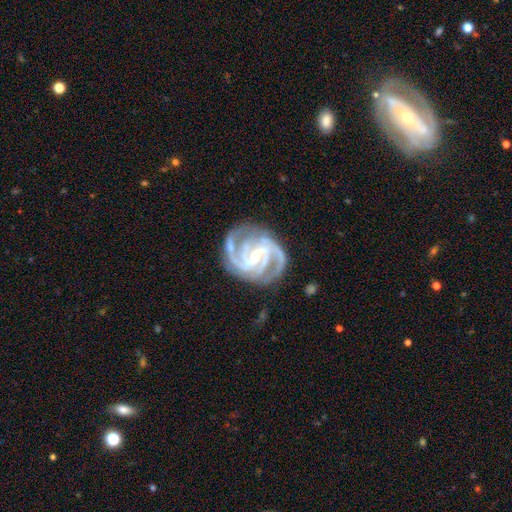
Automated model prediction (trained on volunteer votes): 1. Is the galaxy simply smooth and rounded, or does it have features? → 93% featured or disk, 4% star or artifact, 3% smooth.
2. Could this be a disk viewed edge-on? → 98% no, 2% yes.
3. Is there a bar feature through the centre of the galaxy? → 43% strong, 42% weak, 15% no.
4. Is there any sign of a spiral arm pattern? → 99% yes, 1% no.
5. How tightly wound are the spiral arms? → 53% tight, 42% medium, 5% loose.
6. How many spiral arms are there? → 44% 3, 23% 2, 17% 4, 7% can't tell, 5% more than 4, 5% 1.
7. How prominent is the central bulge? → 62% small, 32% moderate, 3% none, 2% large, 1% dominant.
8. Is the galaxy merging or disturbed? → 75% none, 17% minor disturbance, 7% major disturbance, 2% merger.